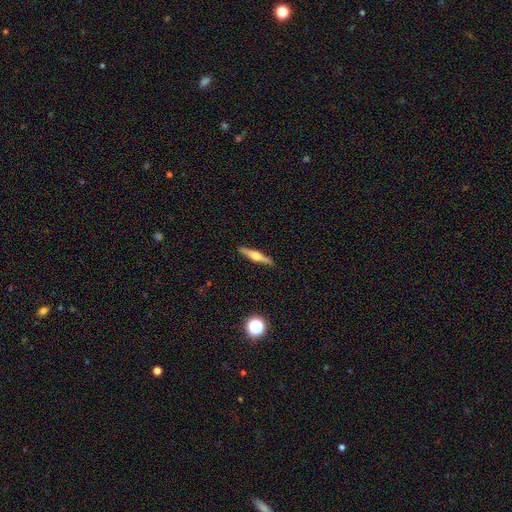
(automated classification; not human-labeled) A featured or disk galaxy (68%) viewed edge-on (97%) with a rounded central bulge (93%).

Vote fractions:
- Smooth or featured? featured or disk: 68% / smooth: 25% / star or artifact: 6%
- Edge-on disk? yes: 97% / no: 3%
- Edge-on bulge? rounded: 93% / boxy: 4% / none: 3%
- Merging? none: 91% / minor disturbance: 7% / major disturbance: 2% / merger: 1%